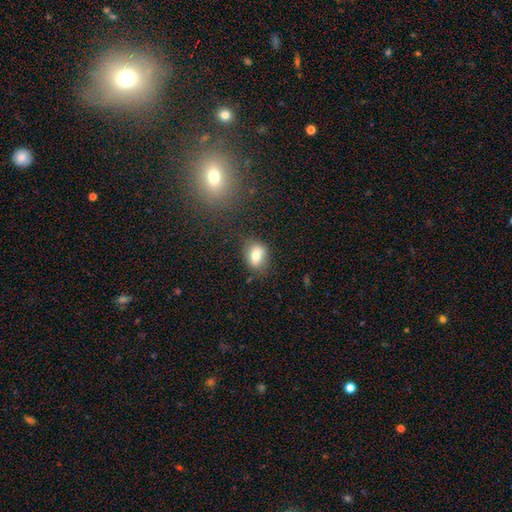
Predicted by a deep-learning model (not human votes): smooth_or_featured: smooth (p=0.72) [alt: featured or disk p=0.18]
how_rounded: in between (p=0.59) [alt: round p=0.39]
merging: none (p=0.66) [alt: minor disturbance p=0.20]